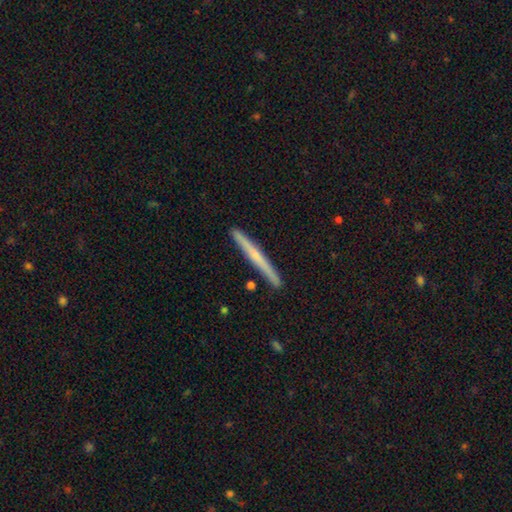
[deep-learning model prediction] This appears to be a featured or disk galaxy (49%). Merging: none (91%).